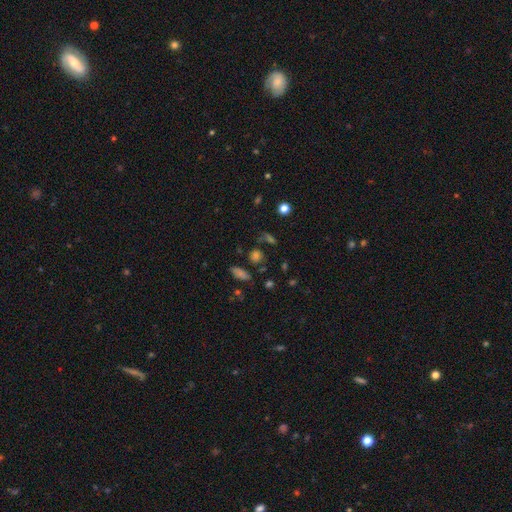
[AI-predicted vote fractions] Smooth or featured? smooth (57%)
How rounded? in between (47%)
Merging? none (68%)